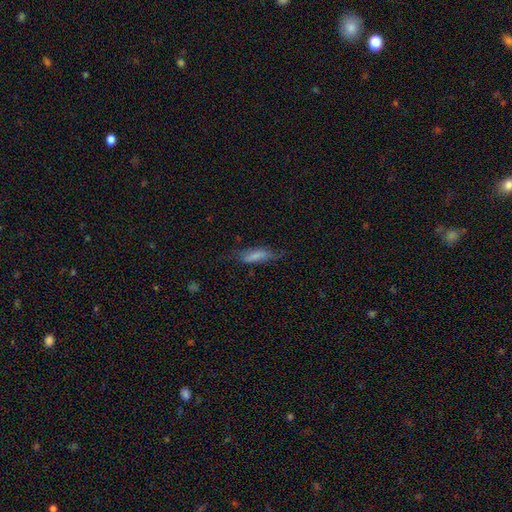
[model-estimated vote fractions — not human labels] Smooth or featured: smooth — 70% (featured or disk — 22%)
How rounded: in between — 52% (cigar-shaped — 45%)
Merging: none — 57% (minor disturbance — 28%)